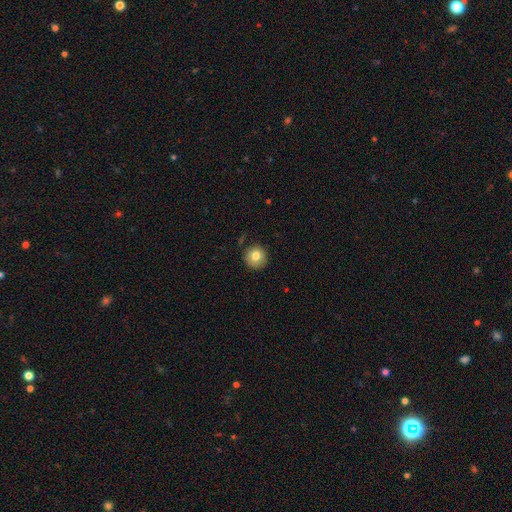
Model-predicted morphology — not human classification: This is likely a smooth galaxy (80%). How rounded: clearly round (95%). Merging: clearly none (86%).